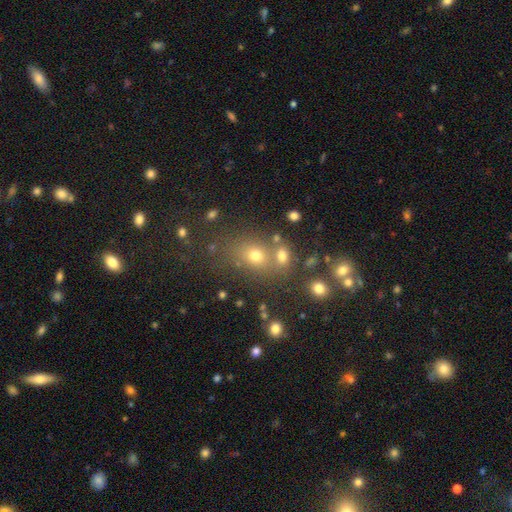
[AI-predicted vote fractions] Overall: smooth (55%; star or artifact 31%). How rounded: round (60%; in between 38%). Merging: none (62%).